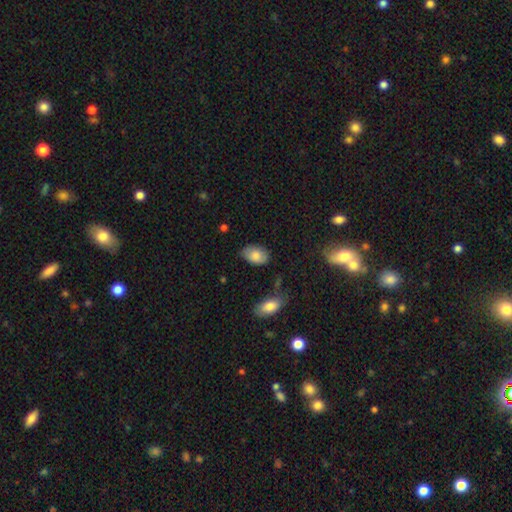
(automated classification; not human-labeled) smooth_or_featured: smooth (p=0.83) [alt: featured or disk p=0.10]
how_rounded: in between (p=0.90) [alt: round p=0.09]
merging: none (p=0.74) [alt: minor disturbance p=0.20]